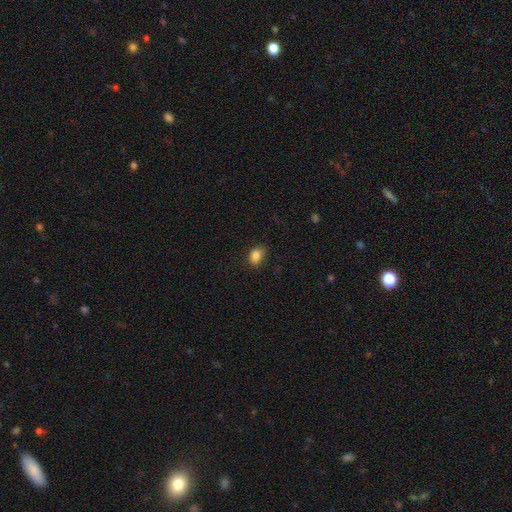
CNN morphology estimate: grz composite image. It shows a smooth galaxy with no disk features (85%) that is in between round and cigar-shaped (73%). Merging: none (70%).